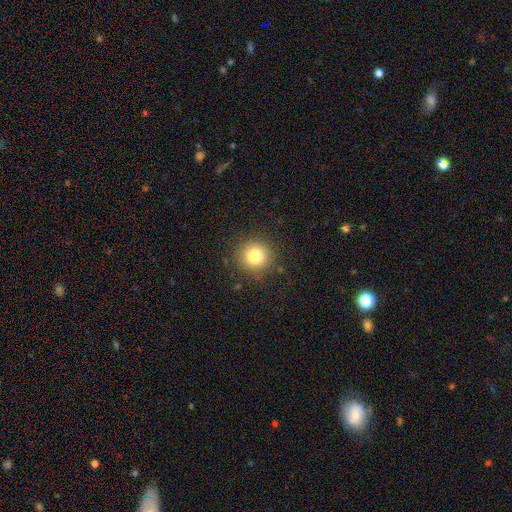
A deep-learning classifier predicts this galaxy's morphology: Smooth or featured? Predicted: smooth (p=0.81). How rounded? Predicted: round (p=0.91). Merging? Predicted: none (p=0.86).